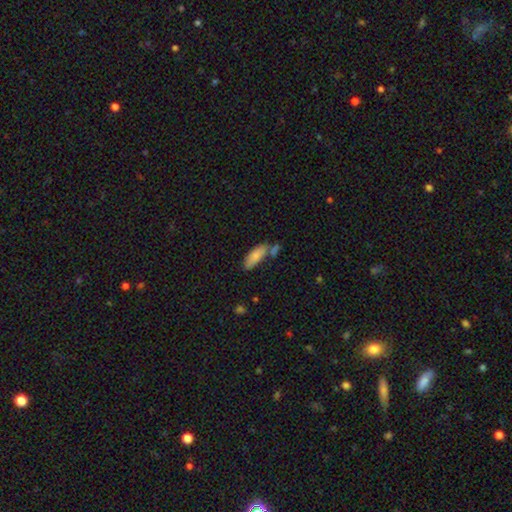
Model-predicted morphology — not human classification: The model was most divided on "merging": none: 55%, minor disturbance: 21%, merger: 18%, major disturbance: 6%. More confident: smooth or featured — smooth (82%); how rounded — in between (68%).